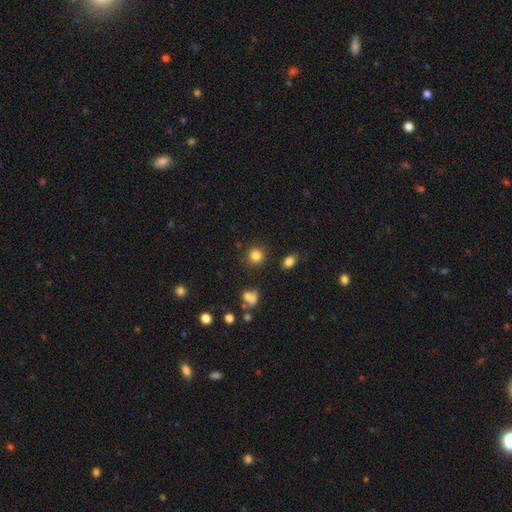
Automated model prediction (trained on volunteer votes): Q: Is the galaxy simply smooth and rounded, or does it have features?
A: smooth — 83%.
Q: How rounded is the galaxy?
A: round — 90%.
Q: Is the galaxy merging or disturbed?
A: none — 87%.